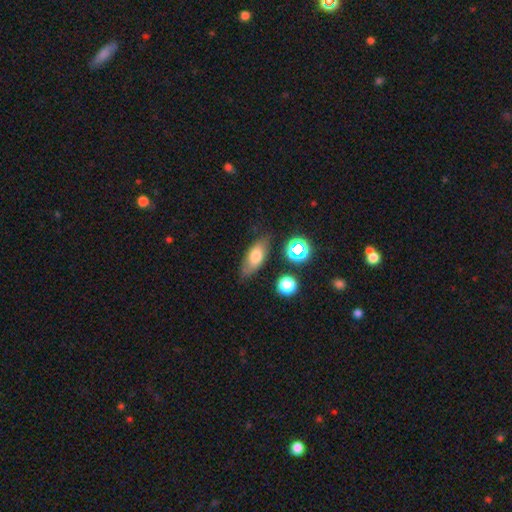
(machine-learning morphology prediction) This appears to be a smooth galaxy with no disk features (68%) that is in between round and cigar-shaped (79%). Merging: none (74%).